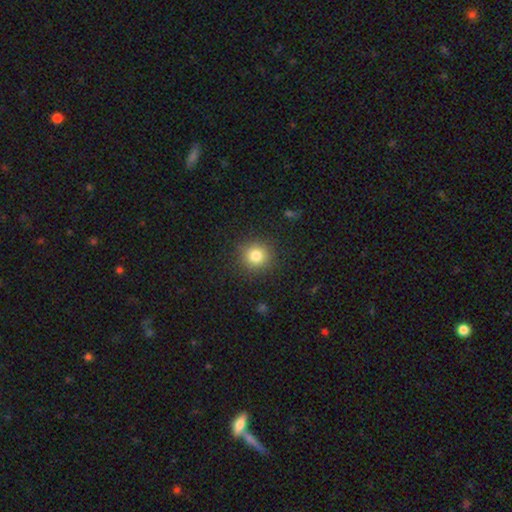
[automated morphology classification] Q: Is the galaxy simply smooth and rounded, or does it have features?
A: smooth — 82%.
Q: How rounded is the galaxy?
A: round — 92%.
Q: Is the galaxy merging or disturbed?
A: none — 89%.